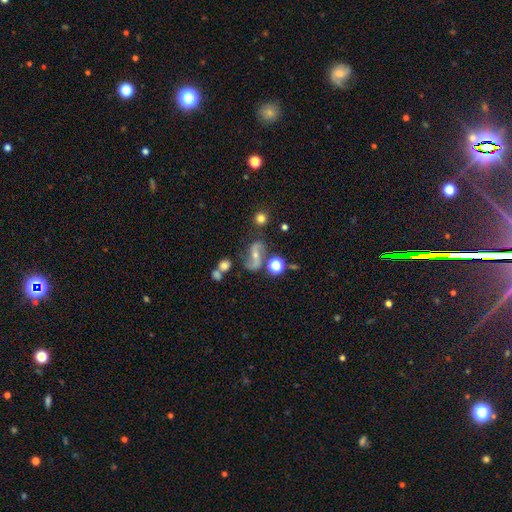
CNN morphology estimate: featured or disk 77%, smooth 13%, star or artifact 10%. Down the decision tree: edge-on disk — no (96%); bar — no (37%); spiral arms — yes (93%); spiral arm count — 2 (92%); spiral winding — loose (67%); bulge size — small (49%); merging — none (67%).